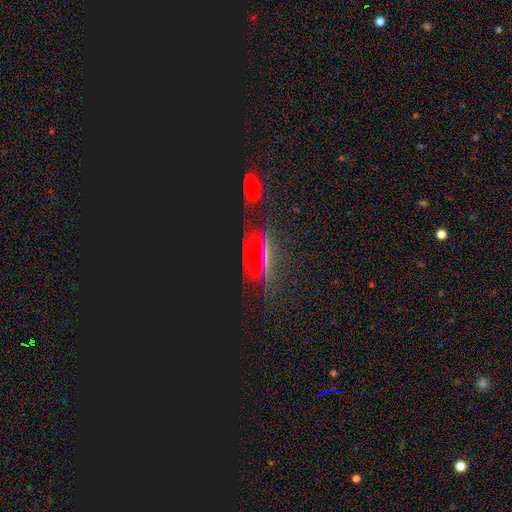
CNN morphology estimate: A star or artifact, not a galaxy (55%).

Vote fractions:
- Smooth or featured? star or artifact: 55% / smooth: 24% / featured or disk: 21%